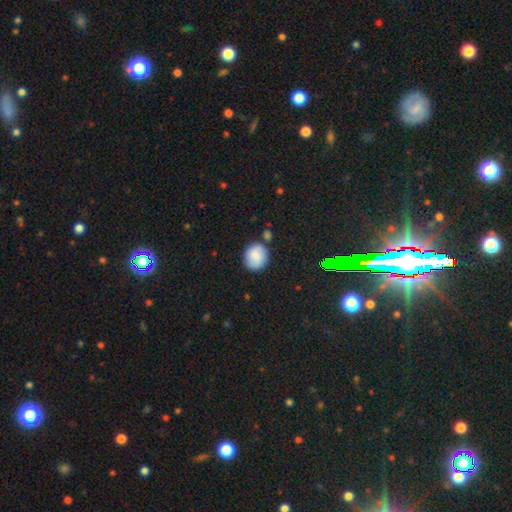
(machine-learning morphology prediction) smooth_or_featured: smooth (p=0.84) [alt: star or artifact p=0.08]
how_rounded: round (p=0.76) [alt: in between p=0.23]
merging: none (p=0.74) [alt: minor disturbance p=0.15]